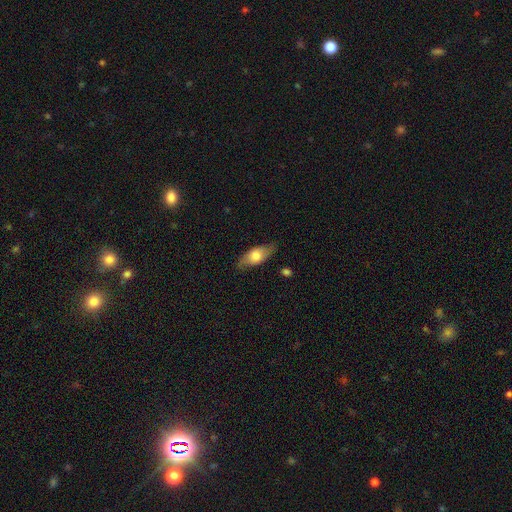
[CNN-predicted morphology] This appears to be a smooth galaxy with no disk features (62%) that is in between round and cigar-shaped (81%). Merging: none (77%).